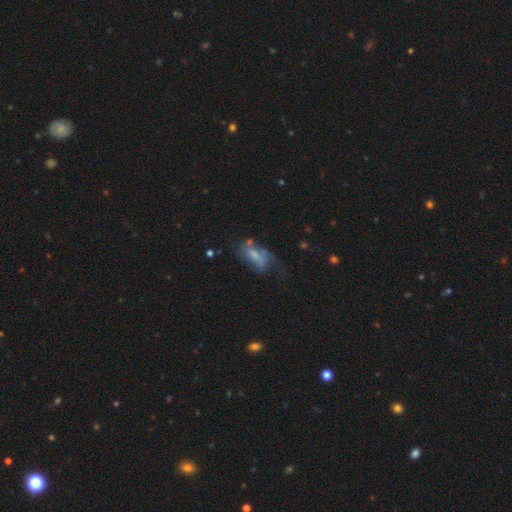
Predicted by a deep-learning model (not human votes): Smooth or featured? smooth (46%)
Merging? major disturbance (38%)